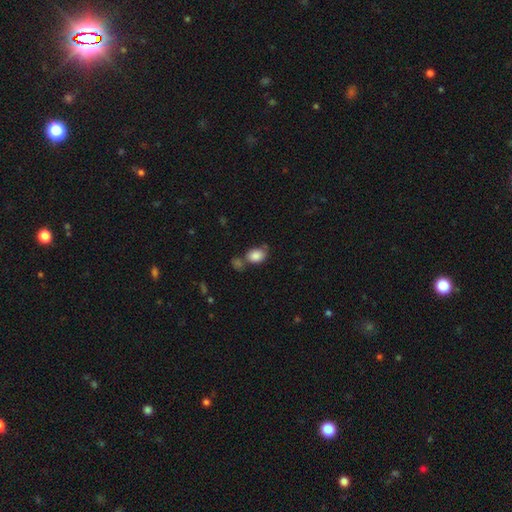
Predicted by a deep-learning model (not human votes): smooth 85%, star or artifact 8%, featured or disk 6%. Down the decision tree: how rounded — in between (66%); merging — none (53%).